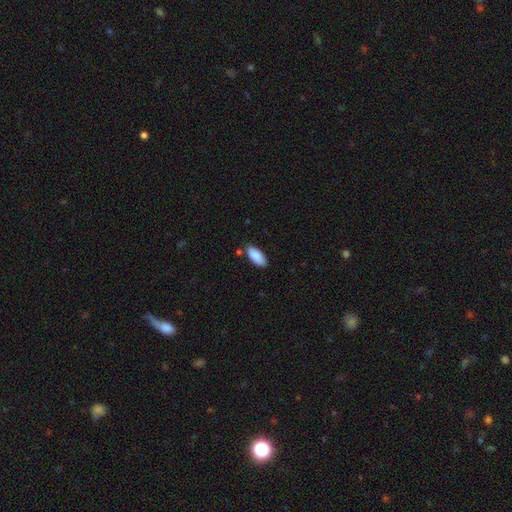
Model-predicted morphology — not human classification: type=smooth (88%); roundness=in between (88%); merging=none (81%).